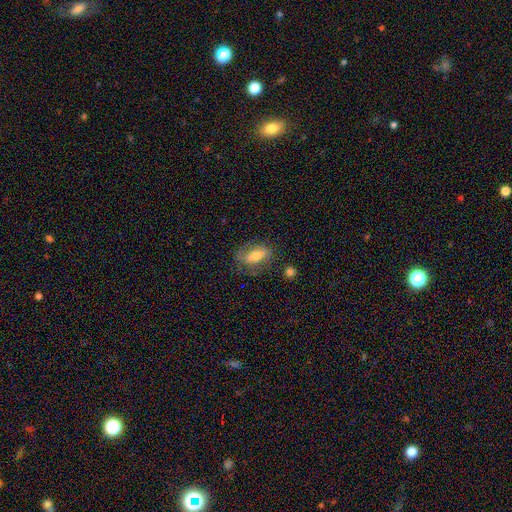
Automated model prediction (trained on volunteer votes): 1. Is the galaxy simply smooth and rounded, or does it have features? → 54% smooth, 38% featured or disk, 8% star or artifact.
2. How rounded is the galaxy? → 82% in between, 11% cigar-shaped, 8% round.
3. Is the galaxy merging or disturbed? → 63% none, 21% minor disturbance, 12% major disturbance, 3% merger.